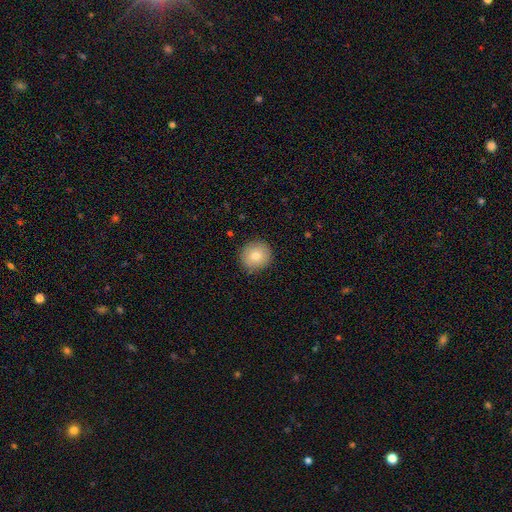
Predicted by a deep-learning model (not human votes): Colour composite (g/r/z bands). It shows a smooth galaxy with no disk features (80%) that is round (91%). Merging: none (88%).